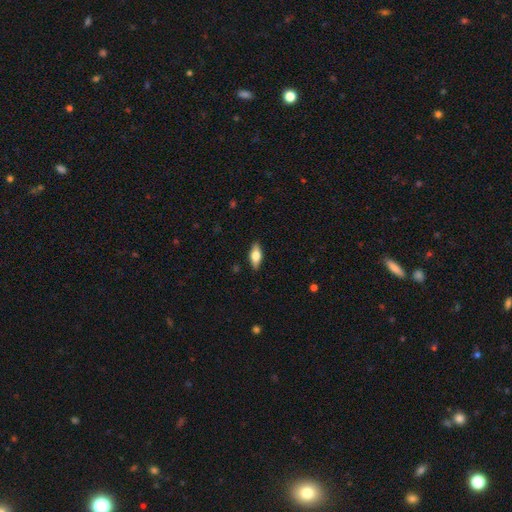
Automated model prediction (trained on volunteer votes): Smooth or featured: smooth — 59% (featured or disk — 35%)
How rounded: in between — 77% (cigar-shaped — 20%)
Merging: none — 88% (minor disturbance — 9%)